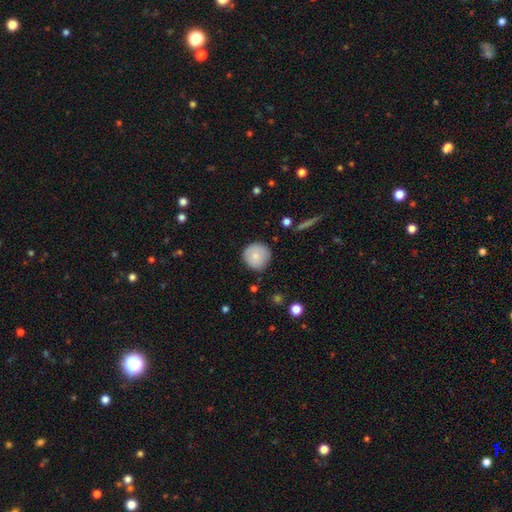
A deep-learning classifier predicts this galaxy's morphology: A smooth galaxy with no disk features (78%) that is round (93%).

Vote fractions:
- Smooth or featured? smooth: 78% / featured or disk: 15% / star or artifact: 8%
- How rounded? round: 93% / in between: 6% / cigar-shaped: 1%
- Merging? none: 82% / minor disturbance: 14% / major disturbance: 3% / merger: 1%